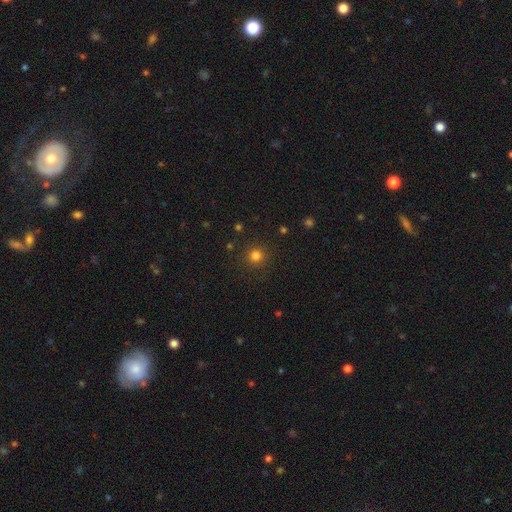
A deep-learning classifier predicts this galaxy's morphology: Smooth or featured: smooth — 81% (star or artifact — 14%)
How rounded: round — 93% (in between — 6%)
Merging: none — 89% (minor disturbance — 7%)